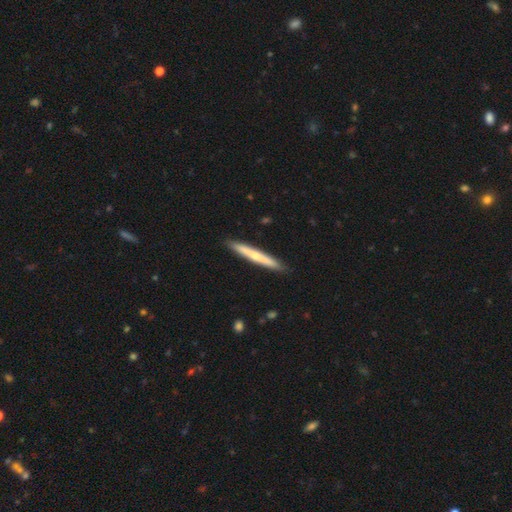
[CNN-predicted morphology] smooth 48%, featured or disk 47%, star or artifact 5%. Down the decision tree: merging — none (91%).